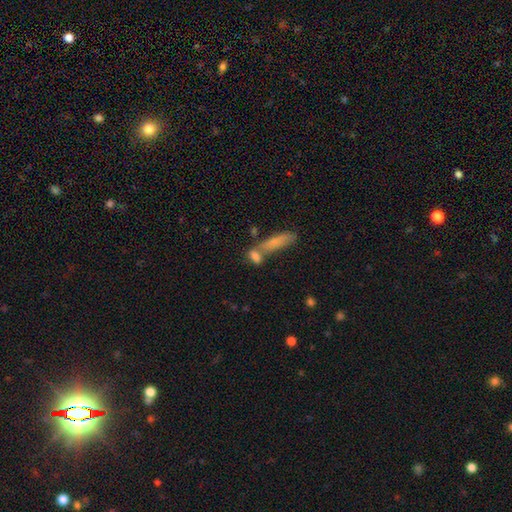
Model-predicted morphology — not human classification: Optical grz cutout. It shows a smooth galaxy with no disk features (74%) that is in between round and cigar-shaped (51%). Merging: none (43%).